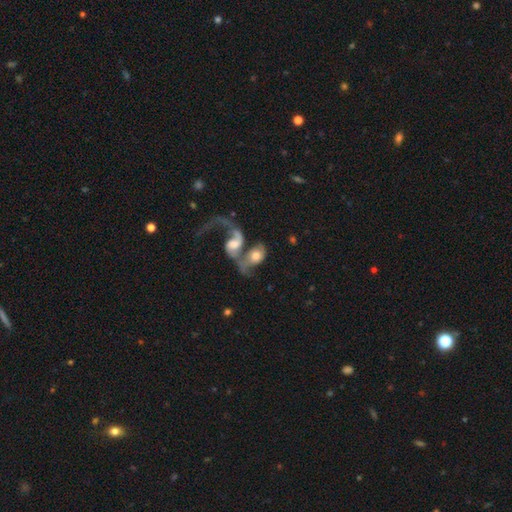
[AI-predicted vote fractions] Morphology: type=featured or disk (57%); edge-on=no (95%); bar=no (57%); spiral arms=yes (79%); bulge=moderate (48%); merging=merger (71%).